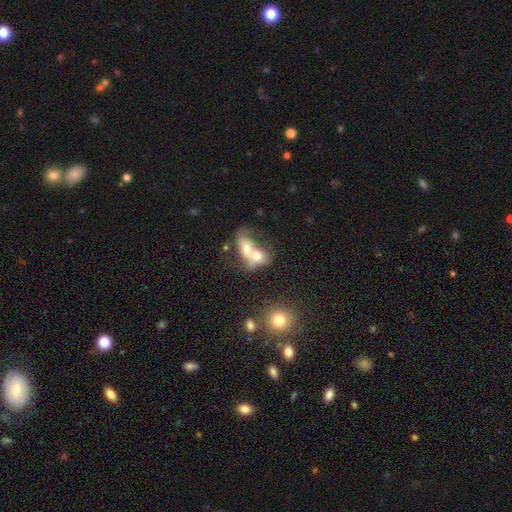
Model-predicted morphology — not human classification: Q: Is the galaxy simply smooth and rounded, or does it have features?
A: smooth — 61%.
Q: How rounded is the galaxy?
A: in between — 68%.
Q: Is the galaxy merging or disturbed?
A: merger — 79%.